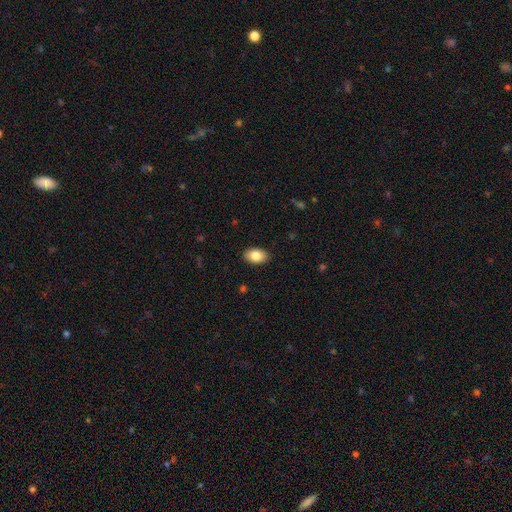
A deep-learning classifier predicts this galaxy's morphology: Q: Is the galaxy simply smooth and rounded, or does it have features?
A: smooth — 84%.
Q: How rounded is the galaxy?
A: in between — 89%.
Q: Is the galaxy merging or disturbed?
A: none — 89%.